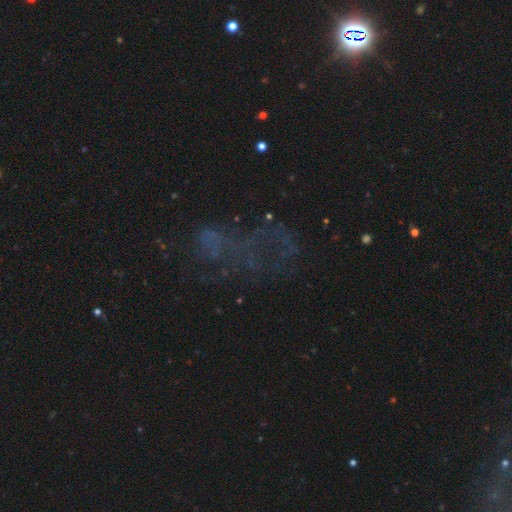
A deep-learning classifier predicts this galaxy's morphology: The model was most divided on "smooth or featured": star or artifact: 46%, featured or disk: 31%, smooth: 23%.